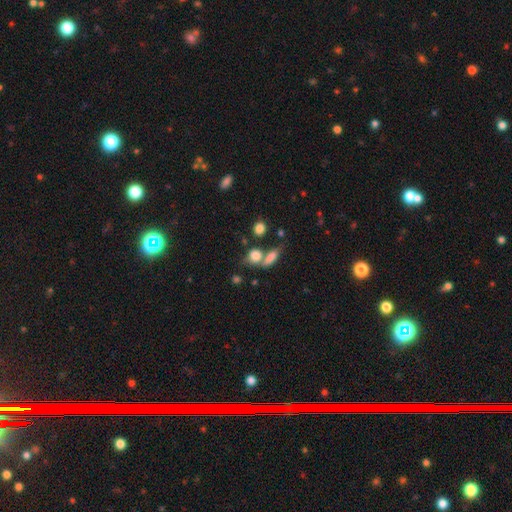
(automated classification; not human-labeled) This appears to be a smooth galaxy with no disk features (80%) that is round (51%). Merging: none (41%).